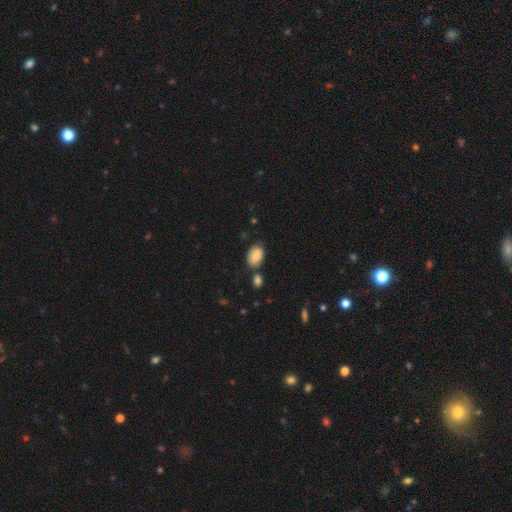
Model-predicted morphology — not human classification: Q: Smooth or featured?
A: smooth (83%); runner-up: featured or disk (10%)
Q: How rounded?
A: in between (88%); runner-up: round (10%)
Q: Merging?
A: none (67%); runner-up: minor disturbance (16%)